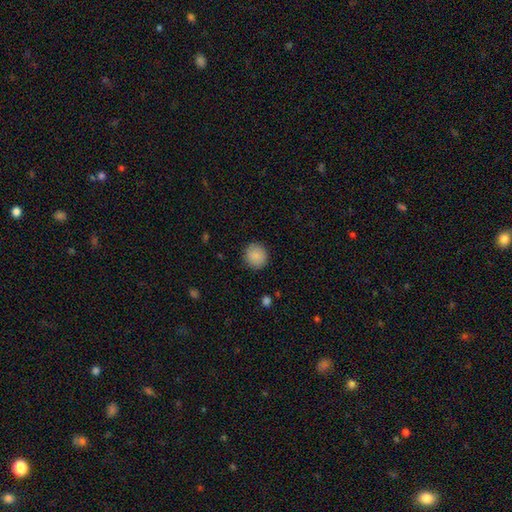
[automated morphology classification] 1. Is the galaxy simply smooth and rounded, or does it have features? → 89% smooth, 7% star or artifact, 3% featured or disk.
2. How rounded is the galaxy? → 91% round, 8% in between, 1% cigar-shaped.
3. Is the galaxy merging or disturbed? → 90% none, 7% minor disturbance, 2% major disturbance, 1% merger.